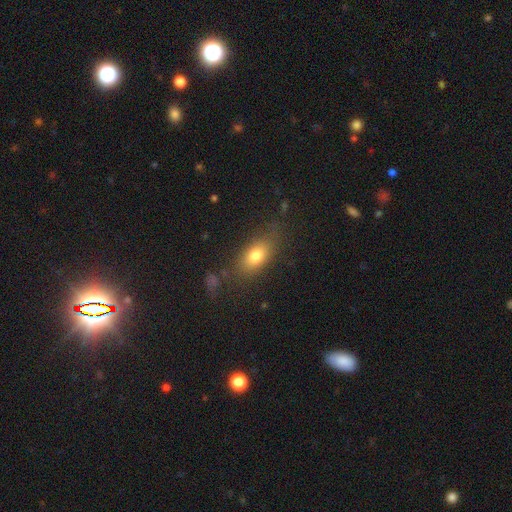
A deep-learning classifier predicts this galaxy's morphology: Smooth or featured? smooth (76%)
How rounded? in between (81%)
Merging? none (74%)